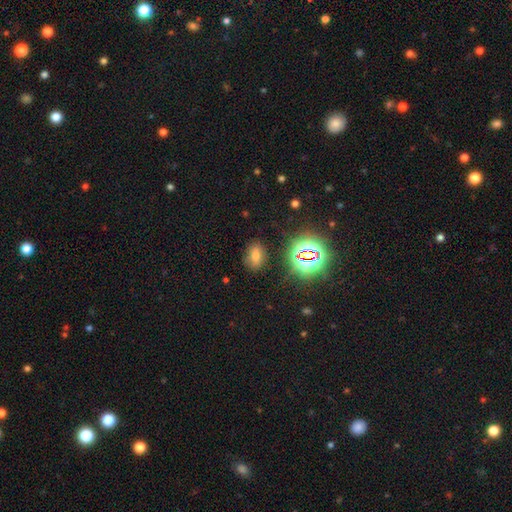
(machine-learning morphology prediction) Smooth or featured? Predicted: smooth (p=0.51). How rounded? Predicted: in between (p=0.79). Merging? Predicted: none (p=0.83).